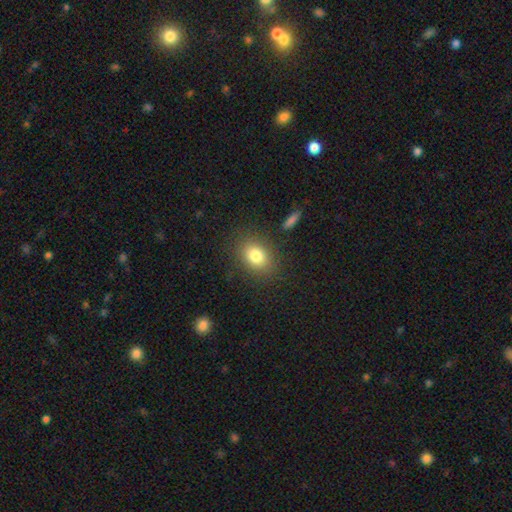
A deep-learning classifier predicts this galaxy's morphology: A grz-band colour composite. It shows a smooth galaxy with no disk features (81%) that is in between round and cigar-shaped (58%). Merging: none (84%).